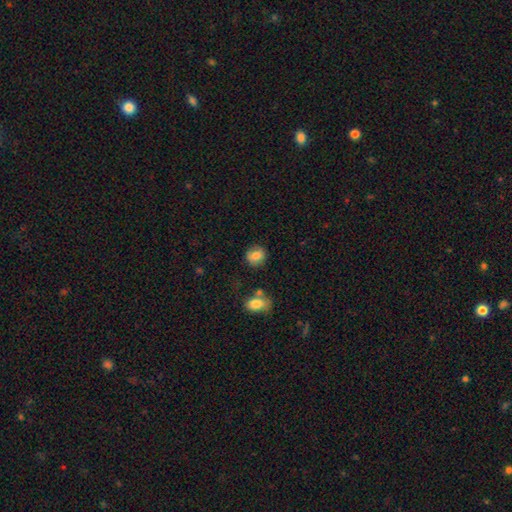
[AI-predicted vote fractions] This appears to be a smooth galaxy with no disk features (82%) that is round (74%). Merging: none (82%).